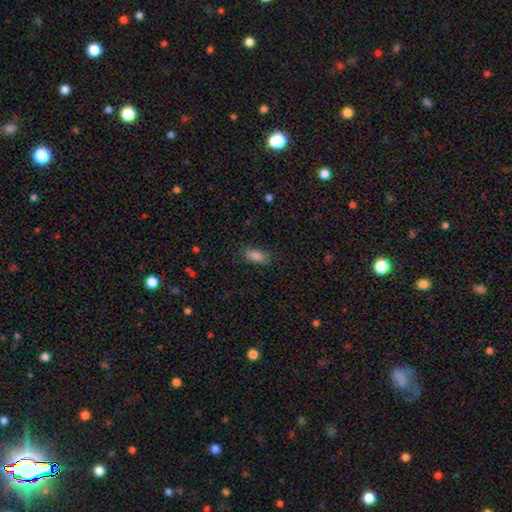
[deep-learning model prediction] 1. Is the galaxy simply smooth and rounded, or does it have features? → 85% smooth, 9% star or artifact, 5% featured or disk.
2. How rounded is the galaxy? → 87% in between, 9% cigar-shaped, 4% round.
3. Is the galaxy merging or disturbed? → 85% none, 11% minor disturbance, 3% major disturbance, 1% merger.